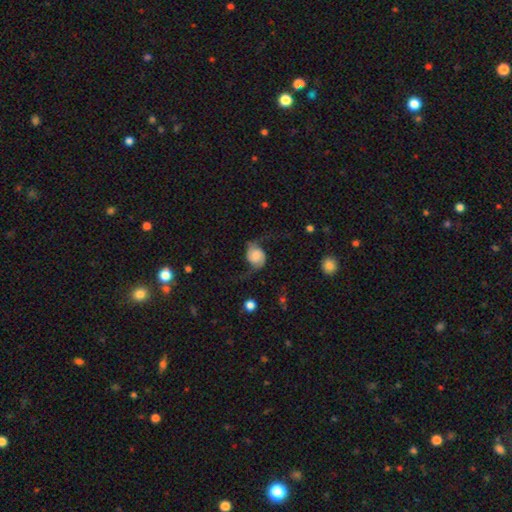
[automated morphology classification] This appears to be a featured or disk galaxy (70%) with no bar (64%), 2 (93%) loose (68%) spiral arms (94%) and a moderate central bulge (29%). Merging: none (60%).